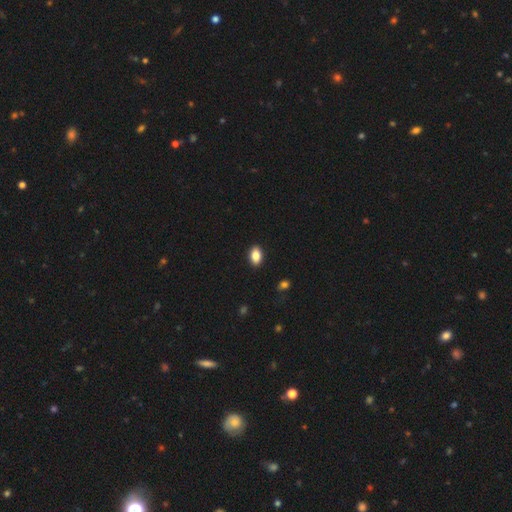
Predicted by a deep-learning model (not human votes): Overall: smooth (85%). How rounded: in between (89%). Merging: none (90%).